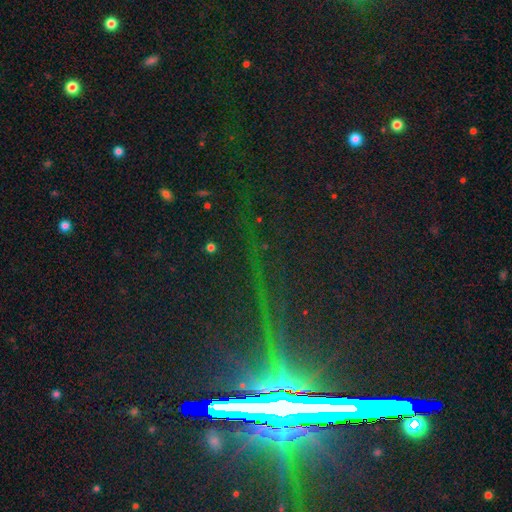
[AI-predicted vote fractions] This is clearly a star or artifact rather than a galaxy (82%).